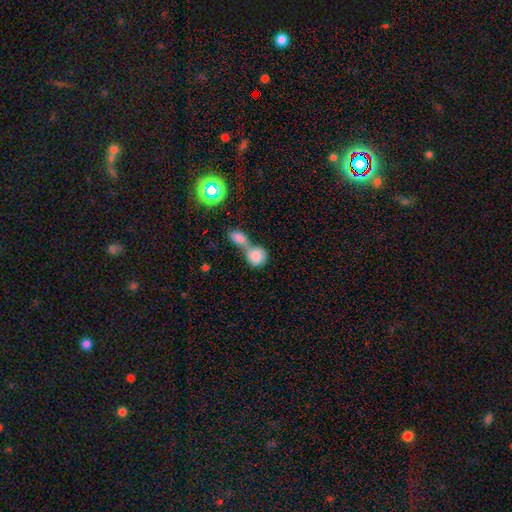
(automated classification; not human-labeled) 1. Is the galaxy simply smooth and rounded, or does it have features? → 81% smooth, 10% featured or disk, 9% star or artifact.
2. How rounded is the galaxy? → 77% round, 21% in between, 2% cigar-shaped.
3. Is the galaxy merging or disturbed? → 67% merger, 23% none, 6% minor disturbance, 4% major disturbance.